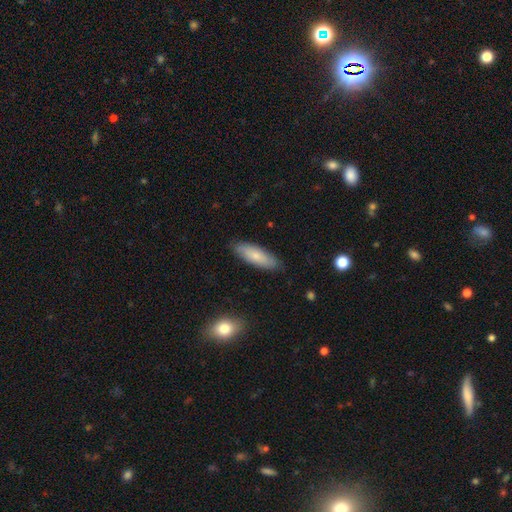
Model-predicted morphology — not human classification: This is likely a smooth galaxy (74%). How rounded: possibly in between (58%). Merging: clearly none (85%).